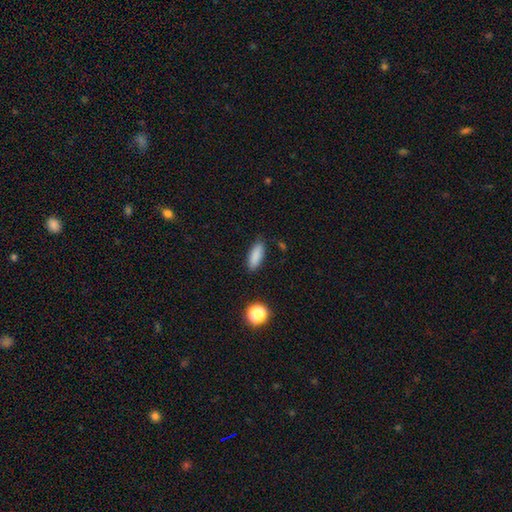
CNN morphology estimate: Smooth or featured? Predicted: smooth (p=0.86). How rounded? Predicted: in between (p=0.66). Merging? Predicted: none (p=0.85).